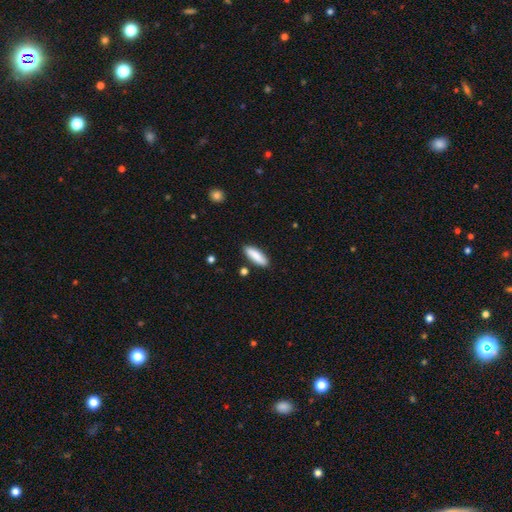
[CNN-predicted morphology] Smooth or featured?
  - smooth: 87% *
  - featured or disk: 7%
  - star or artifact: 6%
How rounded?
  - cigar-shaped: 52% *
  - in between: 47%
  - round: 2%
Merging?
  - none: 86% *
  - minor disturbance: 9%
  - merger: 3%
  - major disturbance: 2%